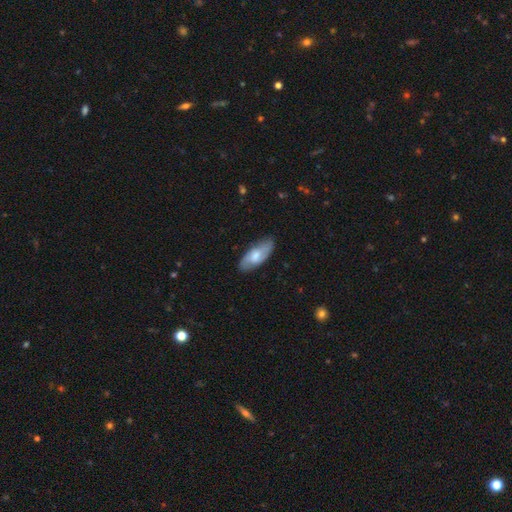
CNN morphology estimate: This appears to be a smooth galaxy with no disk features (49%). Merging: none (80%).